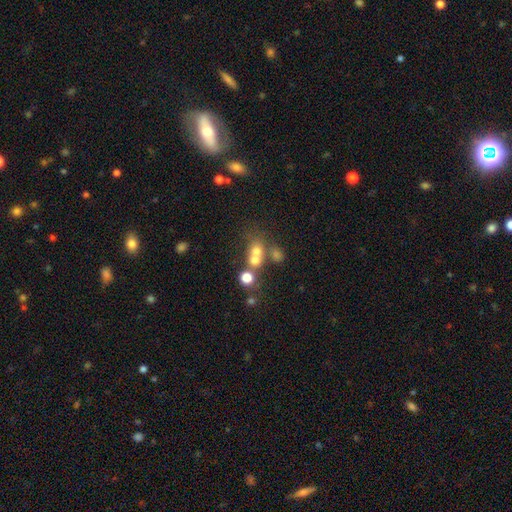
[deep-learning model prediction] Overall: smooth (62%). How rounded: round (70%). Merging: merger (52%; none 33%).